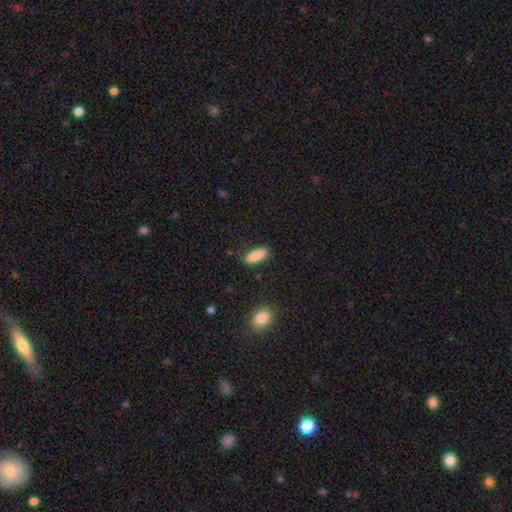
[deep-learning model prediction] smooth-or-featured: smooth: 89% | star or artifact: 7% | featured or disk: 5%
  how-rounded: in between: 75% | cigar-shaped: 23% | round: 2%
  merging: none: 84% | minor disturbance: 12% | major disturbance: 3% | merger: 2%